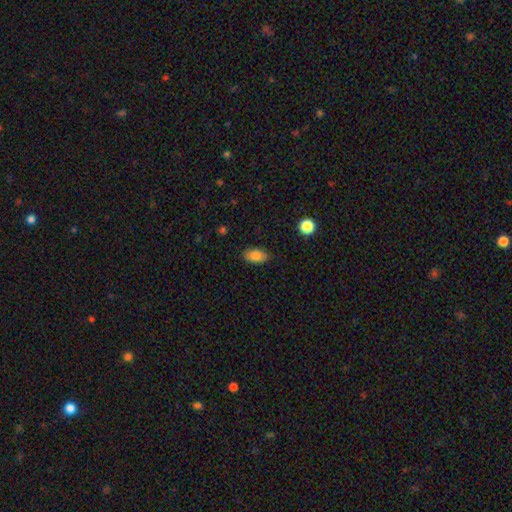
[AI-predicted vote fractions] Morphology: type=smooth (84%); roundness=in between (92%); merging=none (85%).